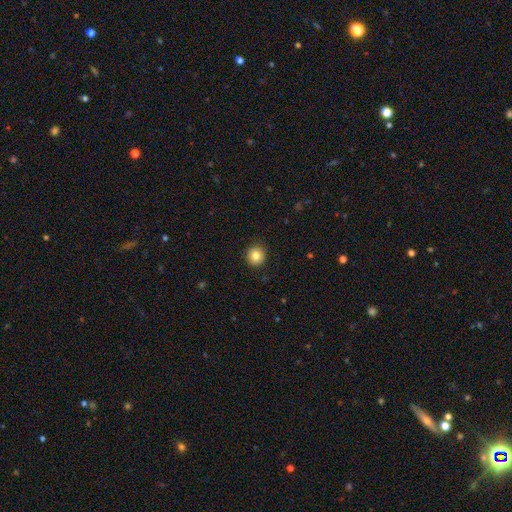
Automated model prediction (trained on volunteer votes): smooth_or_featured: smooth (p=0.83) [alt: star or artifact p=0.10]
how_rounded: round (p=0.93) [alt: in between p=0.06]
merging: none (p=0.91) [alt: minor disturbance p=0.06]